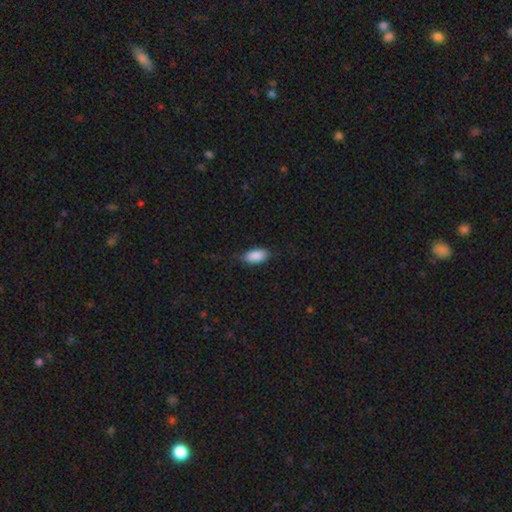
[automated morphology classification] Smooth or featured? Predicted: smooth (p=0.89). How rounded? Predicted: in between (p=0.92). Merging? Predicted: none (p=0.77).